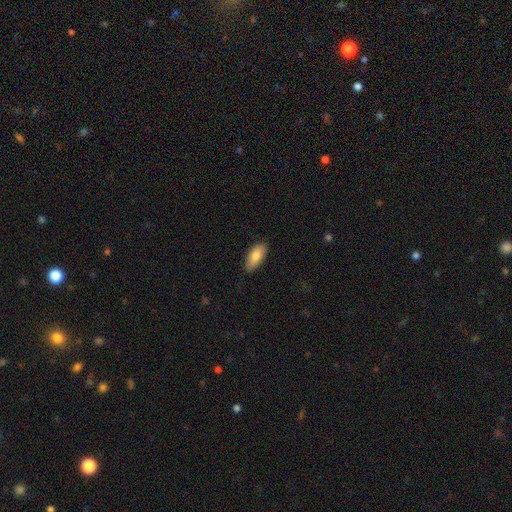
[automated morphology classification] Q: Smooth or featured?
A: smooth (84%); runner-up: featured or disk (10%)
Q: How rounded?
A: in between (86%); runner-up: cigar-shaped (12%)
Q: Merging?
A: none (85%); runner-up: minor disturbance (12%)